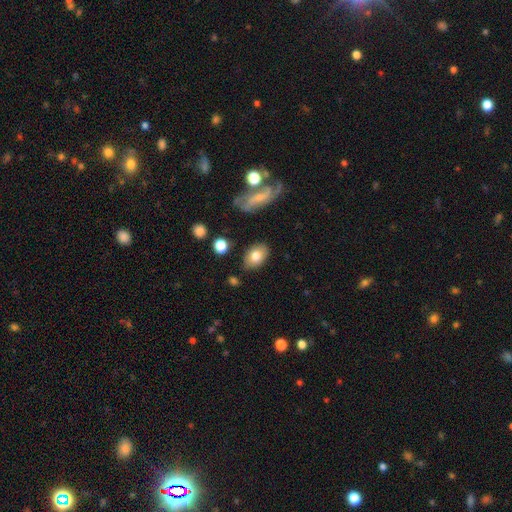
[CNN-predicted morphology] The model was most divided on "smooth or featured": smooth: 77%, featured or disk: 16%, star or artifact: 7%. More confident: how rounded — in between (87%); merging — none (80%).